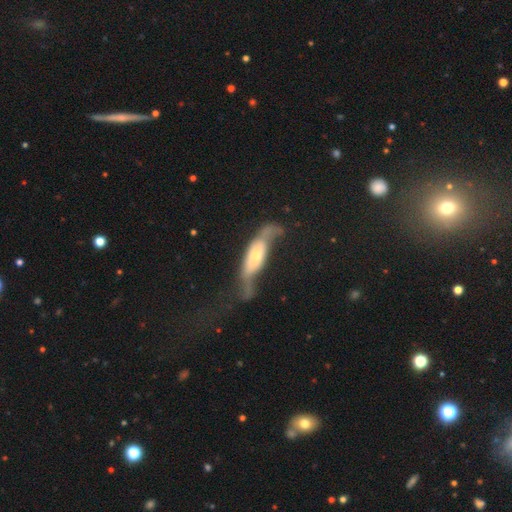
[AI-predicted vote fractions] This appears to be a featured or disk galaxy (53%). Merging: major disturbance (47%).